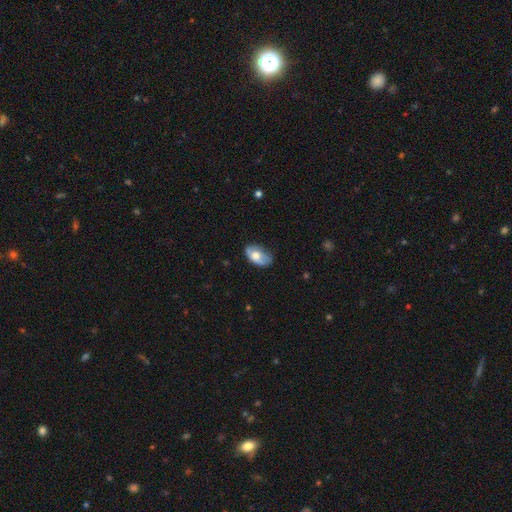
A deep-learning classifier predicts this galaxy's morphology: smooth 67%, featured or disk 26%, star or artifact 7%. Down the decision tree: how rounded — in between (92%); merging — none (54%).